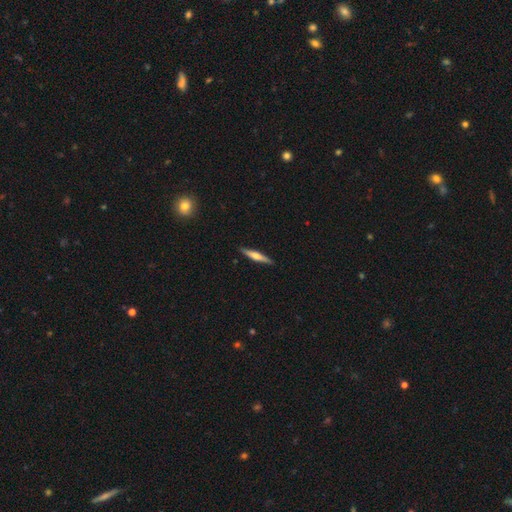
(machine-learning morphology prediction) Smooth or featured?
  - featured or disk: 53% *
  - smooth: 41%
  - star or artifact: 6%
Edge-on disk?
  - yes: 97% *
  - no: 3%
Edge-on bulge?
  - rounded: 77% *
  - boxy: 12%
  - none: 11%
Merging?
  - none: 91% *
  - minor disturbance: 7%
  - major disturbance: 1%
  - merger: 1%